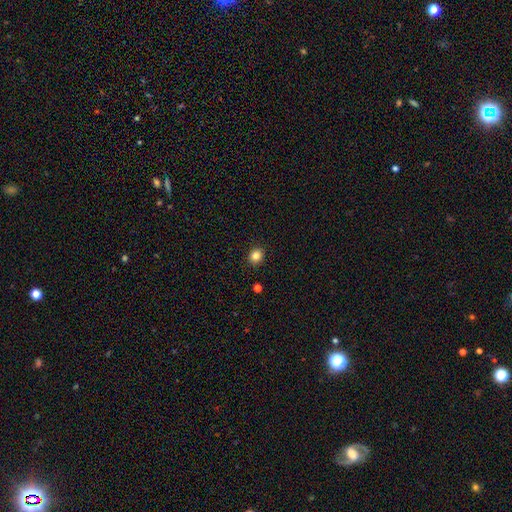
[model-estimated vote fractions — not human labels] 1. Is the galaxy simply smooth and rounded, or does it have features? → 84% smooth, 11% star or artifact, 5% featured or disk.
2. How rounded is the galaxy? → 76% round, 23% in between, 1% cigar-shaped.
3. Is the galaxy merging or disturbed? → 91% none, 6% minor disturbance, 2% major disturbance, 1% merger.